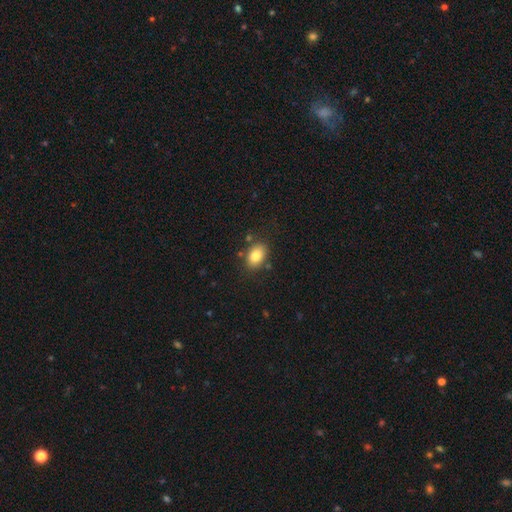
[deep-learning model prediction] The model was most divided on "how rounded": in between: 77%, round: 22%, cigar-shaped: 1%. More confident: smooth or featured — smooth (82%); merging — none (81%).